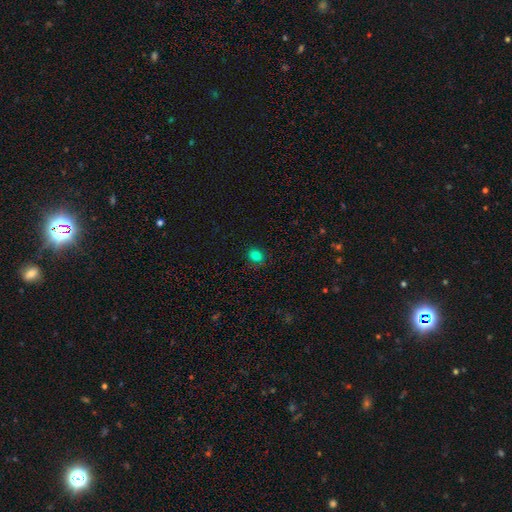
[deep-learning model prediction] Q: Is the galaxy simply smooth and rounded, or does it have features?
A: smooth — 80%.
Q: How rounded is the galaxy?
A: round — 68%.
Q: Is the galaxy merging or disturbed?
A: none — 85%.